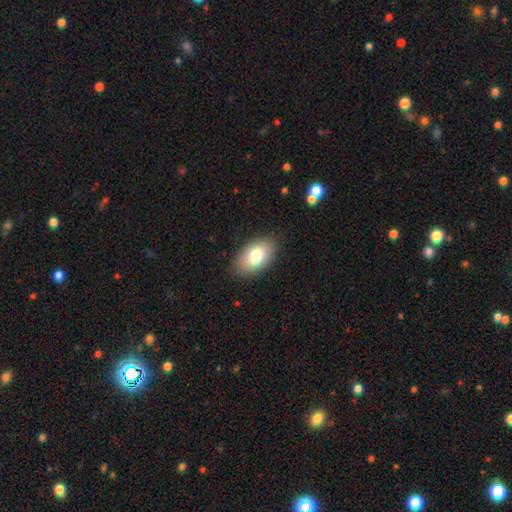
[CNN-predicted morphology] Smooth or featured? Predicted: smooth (p=0.78). How rounded? Predicted: in between (p=0.93). Merging? Predicted: none (p=0.86).